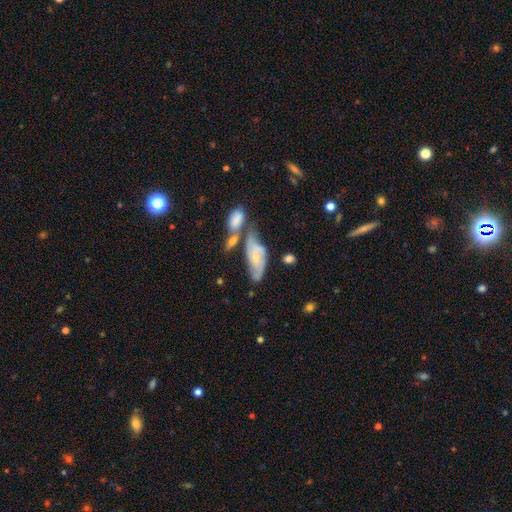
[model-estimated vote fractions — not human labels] Morphology: type=featured or disk (56%); edge-on=no (85%); merging=merger (39%).